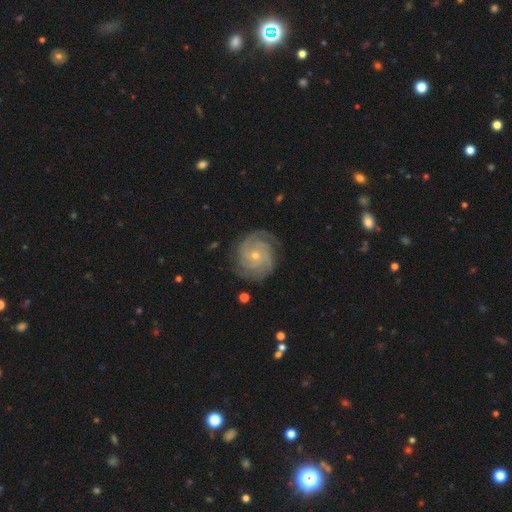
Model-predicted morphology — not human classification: This appears to be a featured or disk galaxy (89%) with no bar (74%), 3 (29%) tight (74%) spiral arms (98%) and a small central bulge (70%). Merging: none (81%).